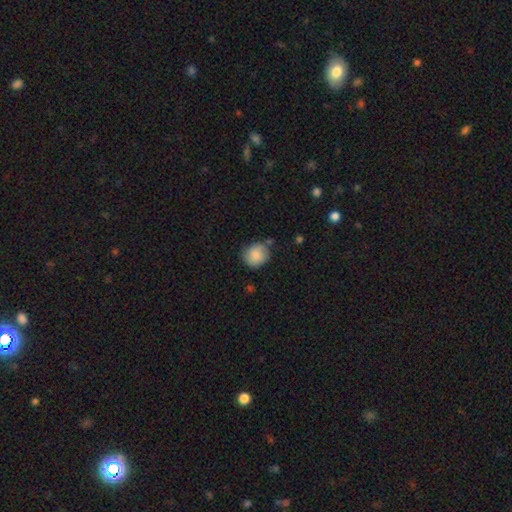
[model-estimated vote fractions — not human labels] This is clearly a smooth galaxy (85%). How rounded: clearly round (82%). Merging: likely none (71%).